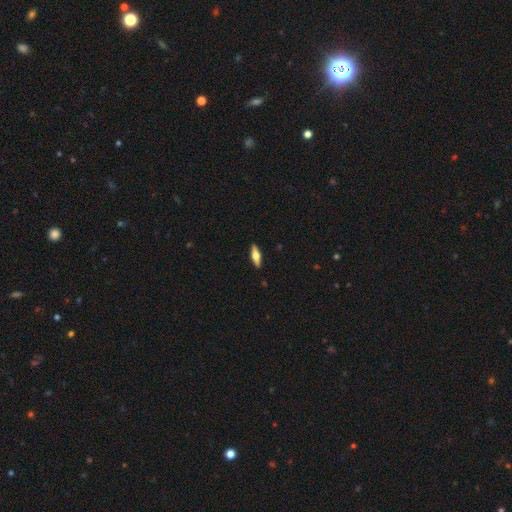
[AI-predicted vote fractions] featured or disk 49%, smooth 45%, star or artifact 6%. Down the decision tree: merging — none (90%).